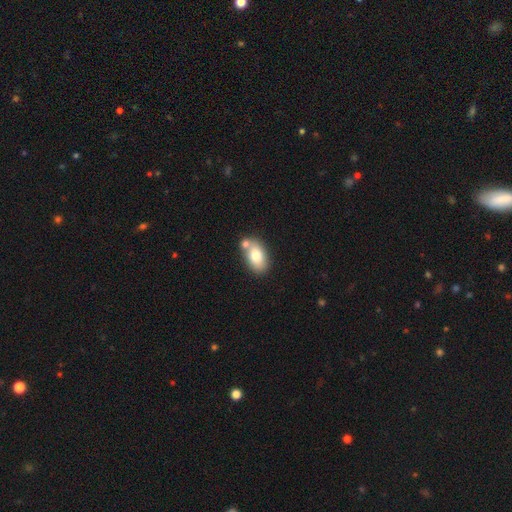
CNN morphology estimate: smooth-or-featured: smooth: 74% | featured or disk: 18% | star or artifact: 8%
  how-rounded: in between: 88% | round: 11% | cigar-shaped: 2%
  merging: none: 57% | merger: 27% | minor disturbance: 13% | major disturbance: 3%